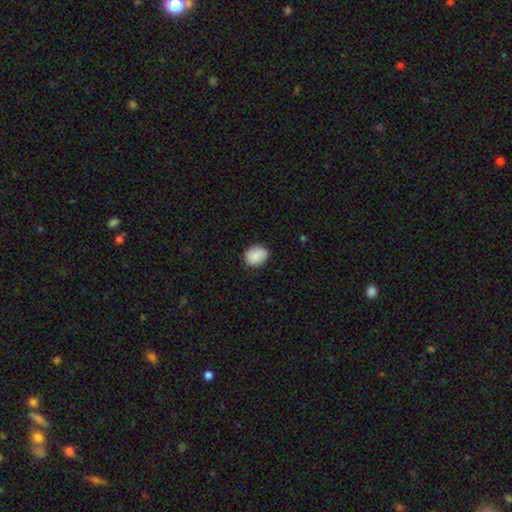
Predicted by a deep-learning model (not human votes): smooth 88%, star or artifact 7%, featured or disk 5%. Down the decision tree: how rounded — in between (50%); merging — none (86%).